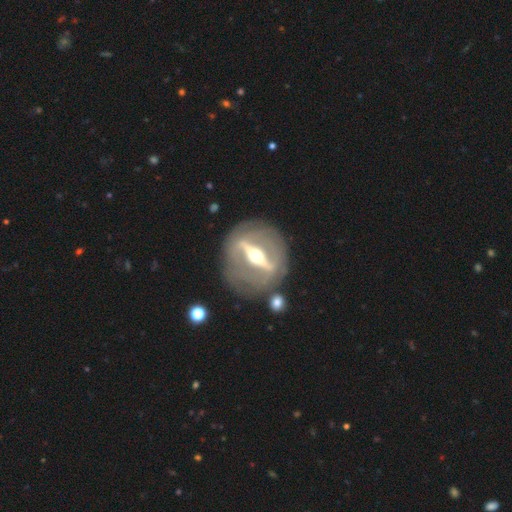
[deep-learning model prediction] Smooth or featured?
  - featured or disk: 86% *
  - smooth: 8%
  - star or artifact: 5%
Edge-on disk?
  - no: 55% *
  - yes: 45%
Merging?
  - none: 80% *
  - minor disturbance: 10%
  - major disturbance: 6%
  - merger: 3%